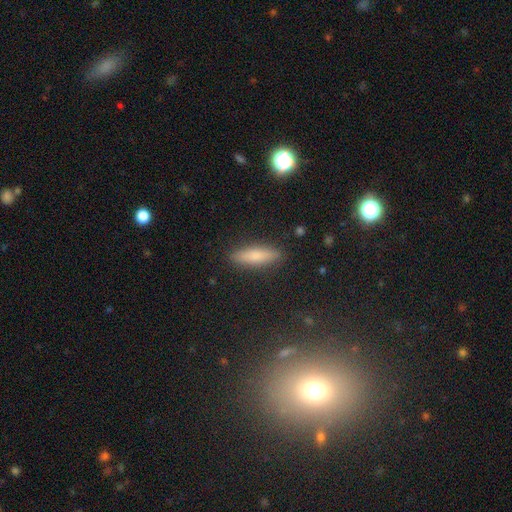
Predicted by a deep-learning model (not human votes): A smooth galaxy with no disk features (75%) that is cigar-shaped (66%). Merging: none (89%).